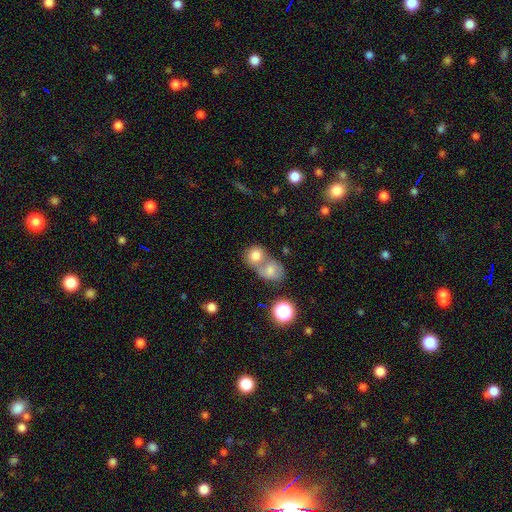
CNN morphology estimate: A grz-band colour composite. It shows a smooth galaxy with no disk features (78%) that is round (72%). Merging: merger (60%).